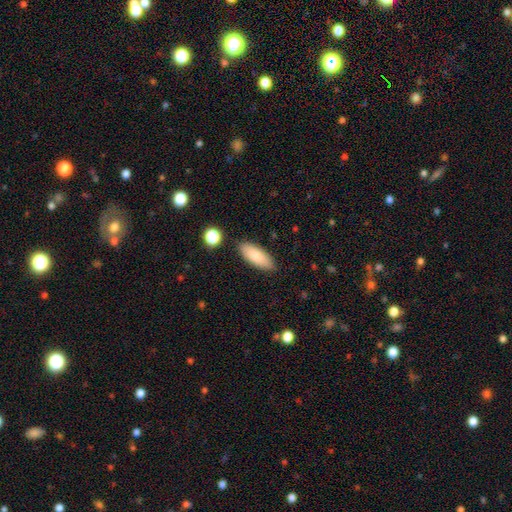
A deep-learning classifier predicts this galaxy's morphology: smooth_or_featured: smooth (p=0.84) [alt: featured or disk p=0.09]
how_rounded: in between (p=0.78) [alt: cigar-shaped p=0.20]
merging: none (p=0.87) [alt: minor disturbance p=0.09]